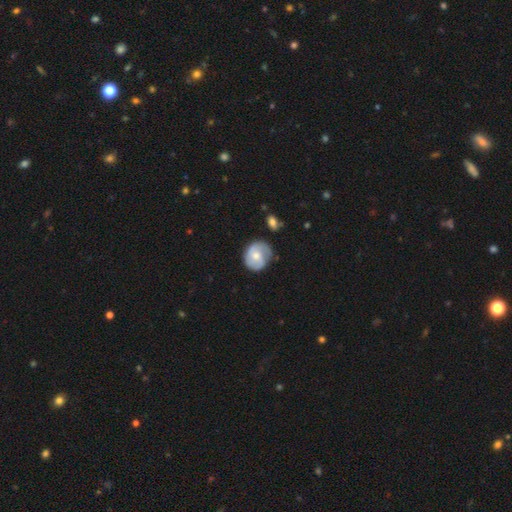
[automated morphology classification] Smooth or featured? featured or disk (64%)
Edge-on disk? no (98%)
Bar? no (59%)
Spiral arms? yes (87%)
Spiral winding? medium (42%)
Spiral arm count? 2 (66%)
Bulge size? moderate (60%)
Merging? none (69%)